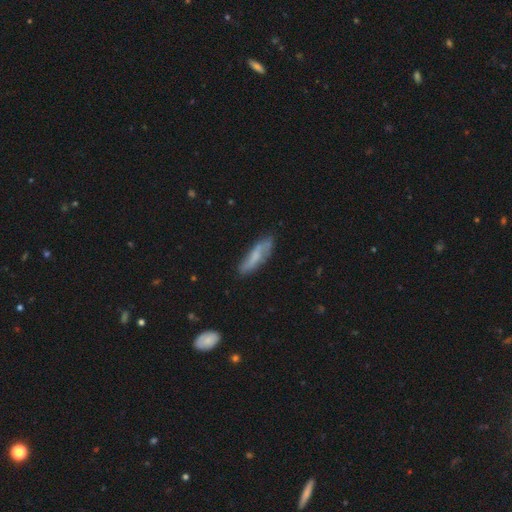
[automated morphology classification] The model was most divided on "smooth or featured": smooth: 53%, featured or disk: 39%, star or artifact: 8%. More confident: how rounded — cigar-shaped (65%); merging — none (65%).